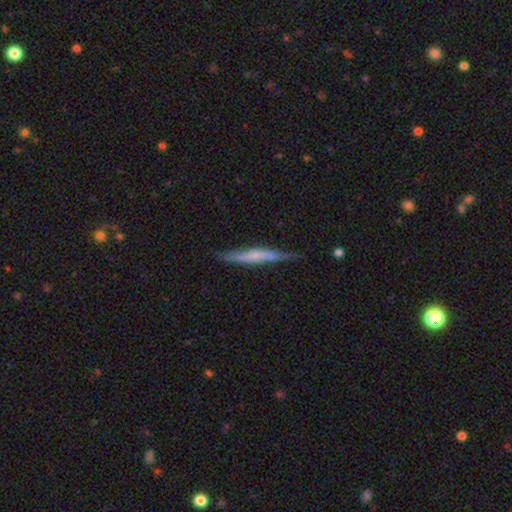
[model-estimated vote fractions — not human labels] Smooth or featured? Predicted: featured or disk (p=0.52). Edge-on disk? Predicted: yes (p=0.91). Merging? Predicted: none (p=0.73).